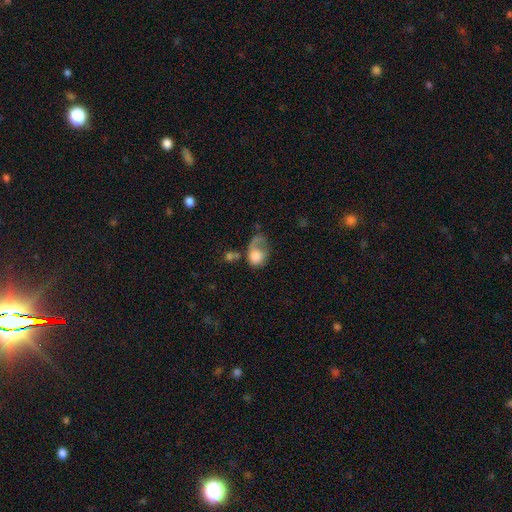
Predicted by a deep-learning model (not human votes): Smooth or featured? smooth (65%)
How rounded? in between (53%)
Merging? major disturbance (49%)